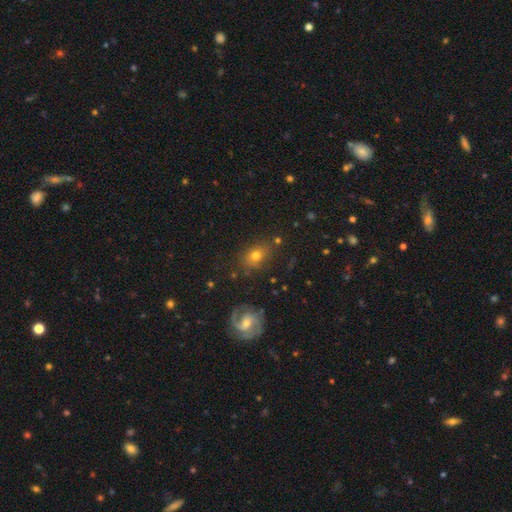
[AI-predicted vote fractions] Q: Smooth or featured?
A: smooth (68%); runner-up: featured or disk (18%)
Q: How rounded?
A: in between (63%); runner-up: round (35%)
Q: Merging?
A: none (76%); runner-up: minor disturbance (14%)